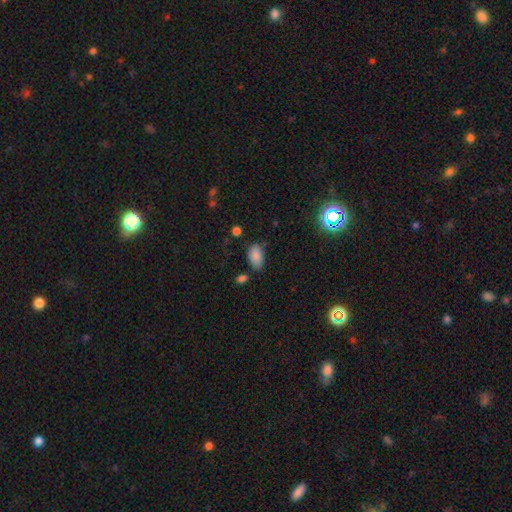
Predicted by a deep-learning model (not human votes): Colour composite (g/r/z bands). It shows a smooth galaxy with no disk features (86%) that is in between round and cigar-shaped (93%). Merging: none (69%).